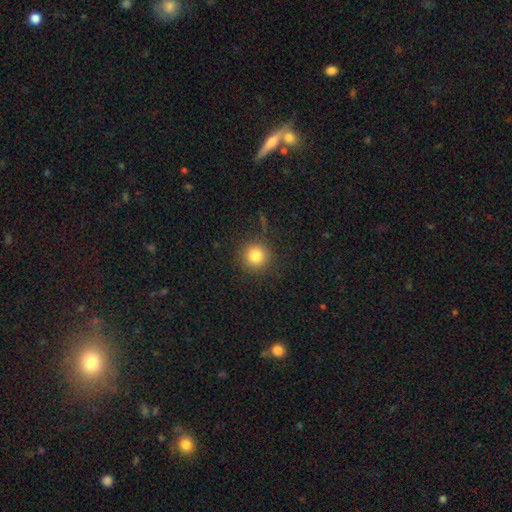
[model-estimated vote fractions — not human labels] A smooth galaxy with no disk features (83%) that is round (94%).

Vote fractions:
- Smooth or featured? smooth: 83% / star or artifact: 11% / featured or disk: 6%
- How rounded? round: 94% / in between: 5% / cigar-shaped: 1%
- Merging? none: 89% / minor disturbance: 7% / major disturbance: 3% / merger: 1%